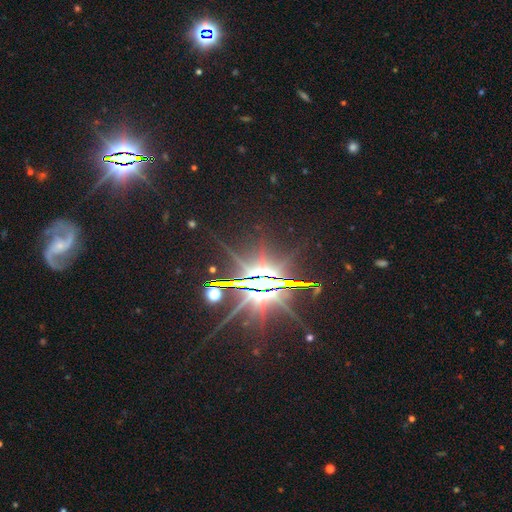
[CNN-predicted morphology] Smooth or featured?
  - star or artifact: 84% *
  - featured or disk: 10%
  - smooth: 6%